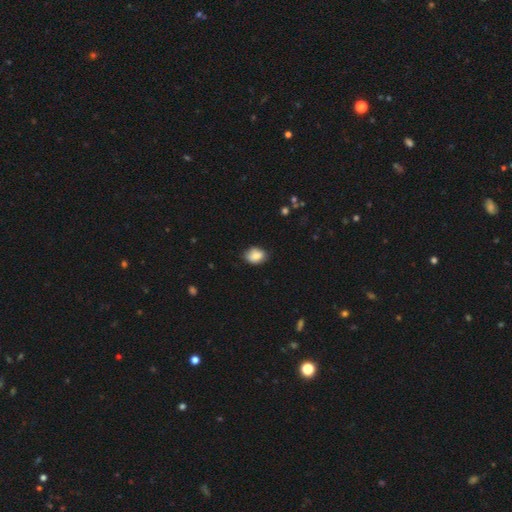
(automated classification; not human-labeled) smooth 84%, featured or disk 8%, star or artifact 8%. Down the decision tree: how rounded — in between (74%); merging — none (74%).